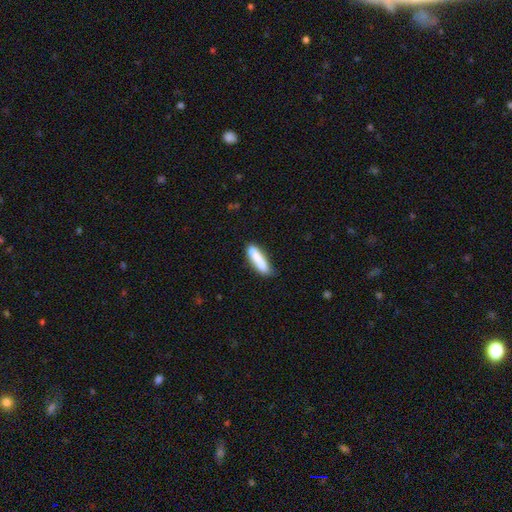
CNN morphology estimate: Smooth or featured?
  - smooth: 78% *
  - featured or disk: 15%
  - star or artifact: 6%
How rounded?
  - cigar-shaped: 76% *
  - in between: 22%
  - round: 2%
Merging?
  - none: 68% *
  - minor disturbance: 20%
  - merger: 7%
  - major disturbance: 5%